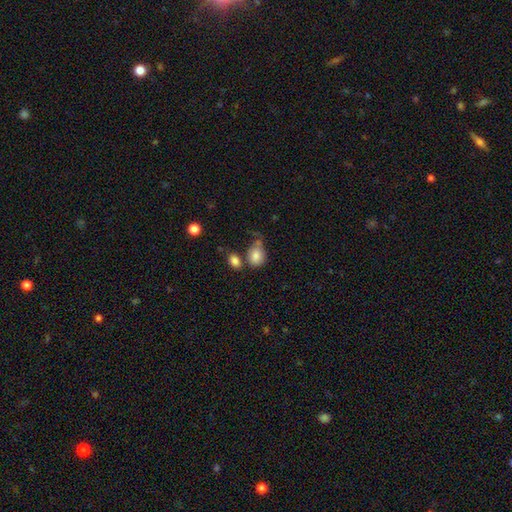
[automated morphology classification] A smooth galaxy with no disk features (83%) that is in between round and cigar-shaped (62%). Merging: none (46%).